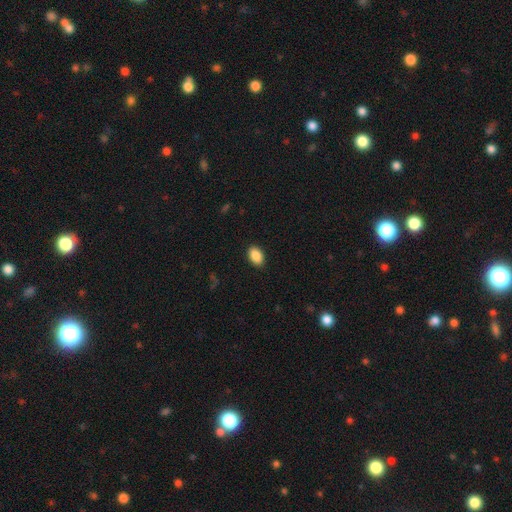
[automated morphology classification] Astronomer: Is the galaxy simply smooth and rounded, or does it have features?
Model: smooth — 90%.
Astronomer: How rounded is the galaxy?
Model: in between — 90%.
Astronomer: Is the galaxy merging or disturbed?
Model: none — 90%.